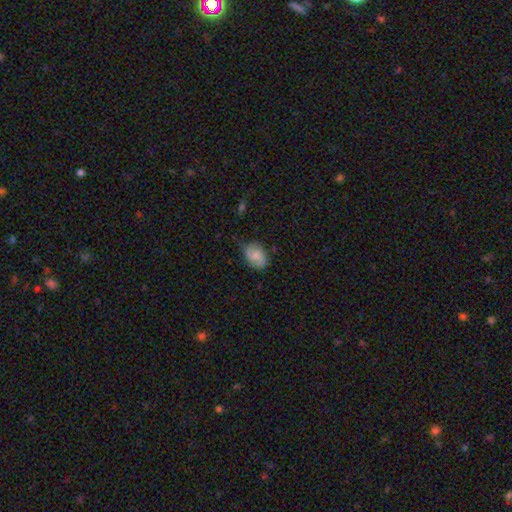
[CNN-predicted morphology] smooth_or_featured: smooth (p=0.75) [alt: featured or disk p=0.17]
how_rounded: in between (p=0.79) [alt: round p=0.19]
merging: none (p=0.62) [alt: minor disturbance p=0.31]